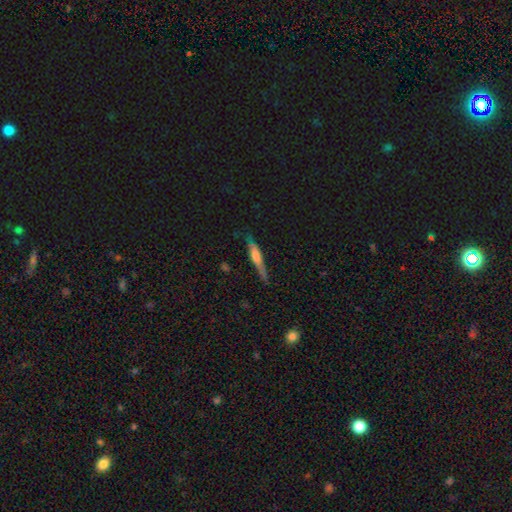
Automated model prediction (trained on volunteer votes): Overall: featured or disk (57%; smooth 36%). Edge-on disk: yes (96%). Edge-on bulge: rounded (62%; boxy 22%). Merging: none (79%).